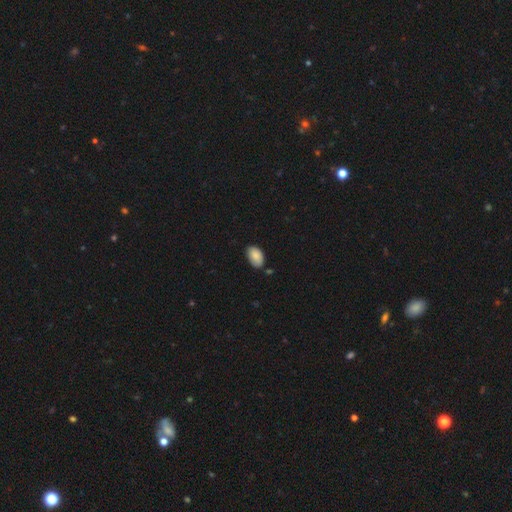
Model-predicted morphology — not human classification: Q: Smooth or featured?
A: smooth (87%); runner-up: star or artifact (7%)
Q: How rounded?
A: in between (93%); runner-up: round (6%)
Q: Merging?
A: none (73%); runner-up: minor disturbance (21%)